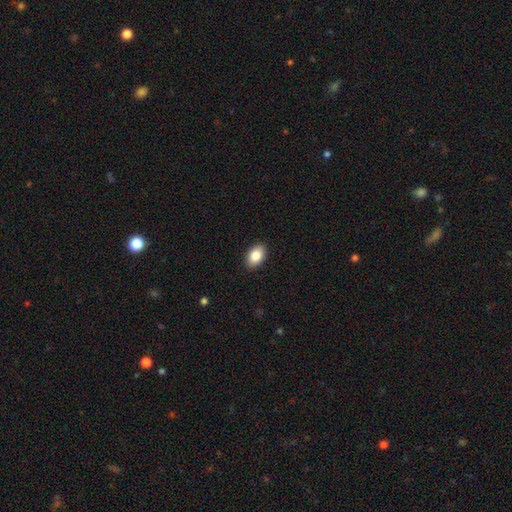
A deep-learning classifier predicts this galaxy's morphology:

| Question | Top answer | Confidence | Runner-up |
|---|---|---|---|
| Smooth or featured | smooth | 86% | star or artifact (7%) |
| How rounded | in between | 90% | round (8%) |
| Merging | none | 90% | minor disturbance (7%) |